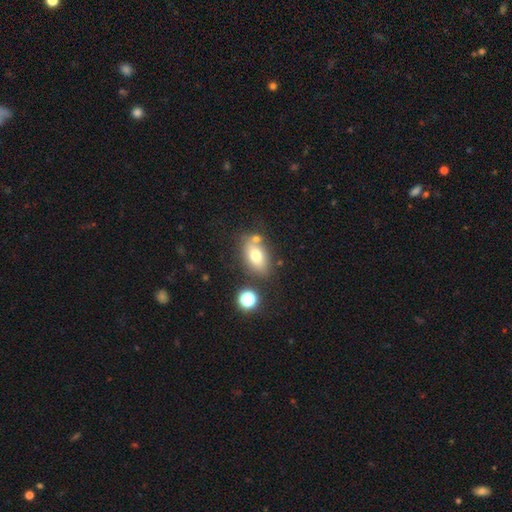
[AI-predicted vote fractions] Smooth or featured? smooth (72%)
How rounded? in between (83%)
Merging? none (67%)